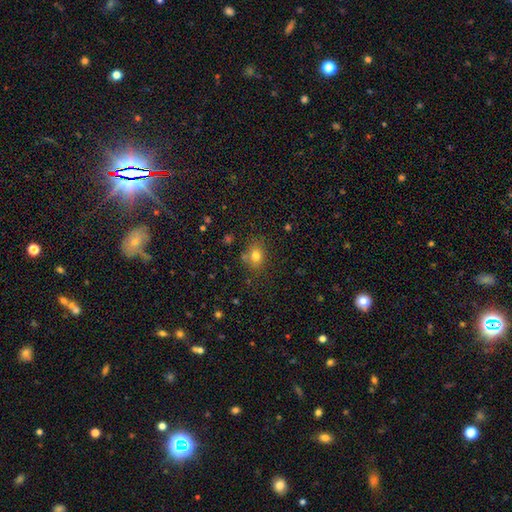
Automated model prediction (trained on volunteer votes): smooth 78%, star or artifact 14%, featured or disk 8%. Down the decision tree: how rounded — round (60%); merging — none (72%).